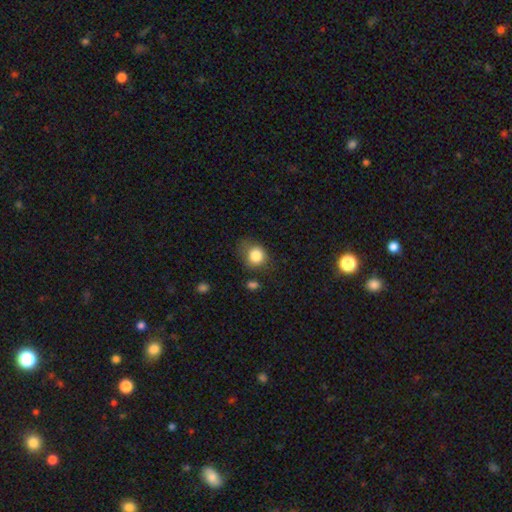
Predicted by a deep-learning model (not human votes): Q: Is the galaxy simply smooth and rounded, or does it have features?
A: smooth — 83%.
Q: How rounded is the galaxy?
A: round — 72%.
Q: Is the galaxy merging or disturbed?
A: none — 52%.